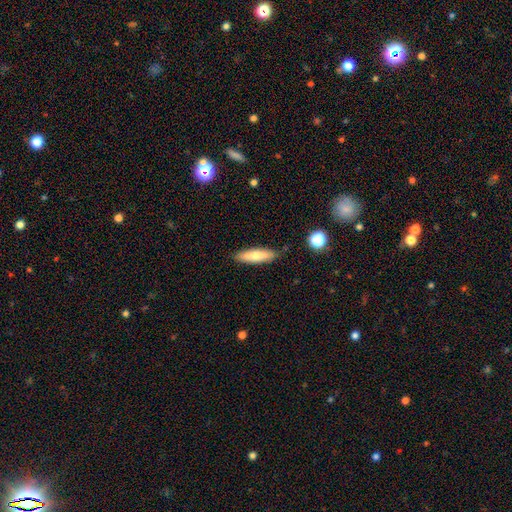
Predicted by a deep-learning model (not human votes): Smooth or featured?
  - smooth: 70% *
  - featured or disk: 24%
  - star or artifact: 7%
How rounded?
  - cigar-shaped: 65% *
  - in between: 33%
  - round: 2%
Merging?
  - none: 84% *
  - minor disturbance: 12%
  - merger: 2%
  - major disturbance: 2%